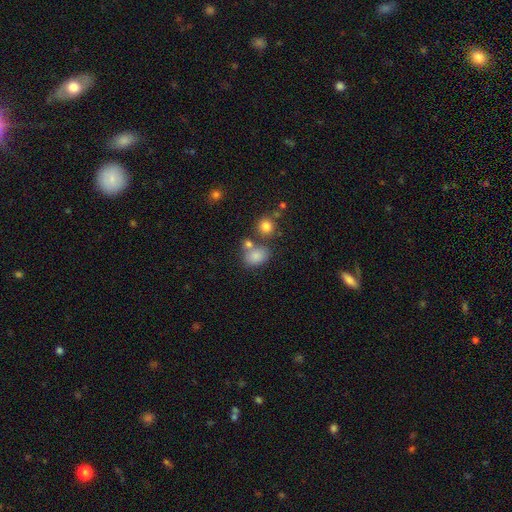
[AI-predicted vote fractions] A smooth galaxy with no disk features (80%) that is in between round and cigar-shaped (64%).

Vote fractions:
- Smooth or featured? smooth: 80% / star or artifact: 11% / featured or disk: 9%
- How rounded? in between: 64% / round: 35% / cigar-shaped: 1%
- Merging? none: 53% / merger: 26% / minor disturbance: 15% / major disturbance: 6%